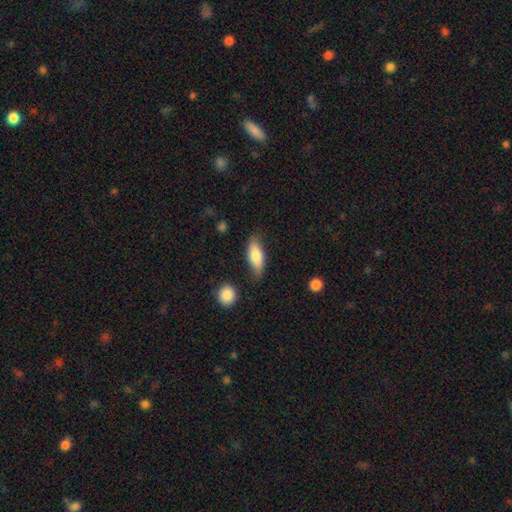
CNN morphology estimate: Smooth or featured: smooth — 76% (featured or disk — 18%)
How rounded: in between — 72% (cigar-shaped — 26%)
Merging: none — 75% (minor disturbance — 17%)